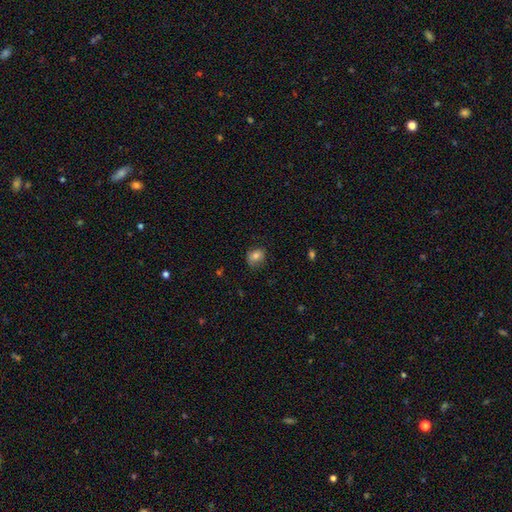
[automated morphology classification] Smooth or featured?
  - smooth: 79% *
  - featured or disk: 11%
  - star or artifact: 10%
How rounded?
  - round: 55% *
  - in between: 44%
  - cigar-shaped: 1%
Merging?
  - none: 72% *
  - minor disturbance: 21%
  - major disturbance: 5%
  - merger: 1%